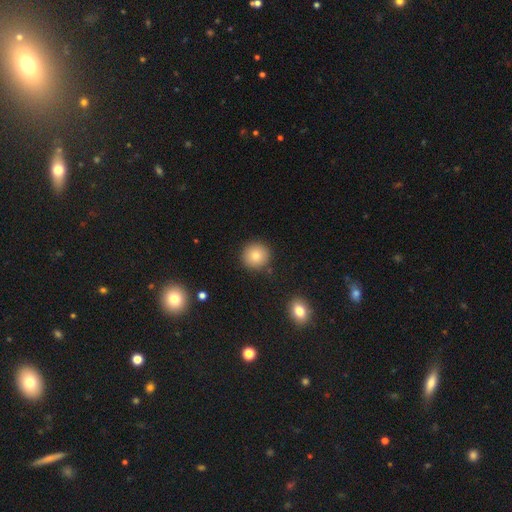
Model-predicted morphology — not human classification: smooth_or_featured: smooth (p=0.82) [alt: star or artifact p=0.10]
how_rounded: round (p=0.93) [alt: in between p=0.06]
merging: none (p=0.89) [alt: minor disturbance p=0.07]